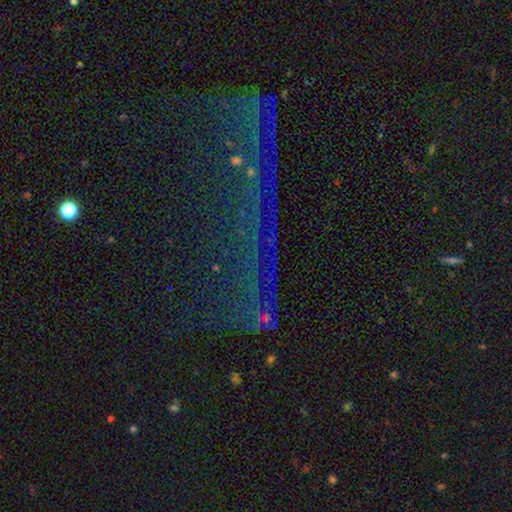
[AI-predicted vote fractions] Smooth or featured? star or artifact (76%)